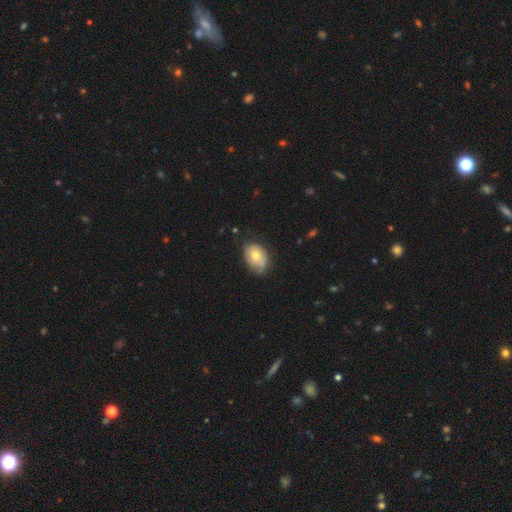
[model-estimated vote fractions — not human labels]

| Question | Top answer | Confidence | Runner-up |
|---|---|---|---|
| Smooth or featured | smooth | 60% | featured or disk (32%) |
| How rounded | in between | 74% | round (25%) |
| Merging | none | 55% | minor disturbance (34%) |